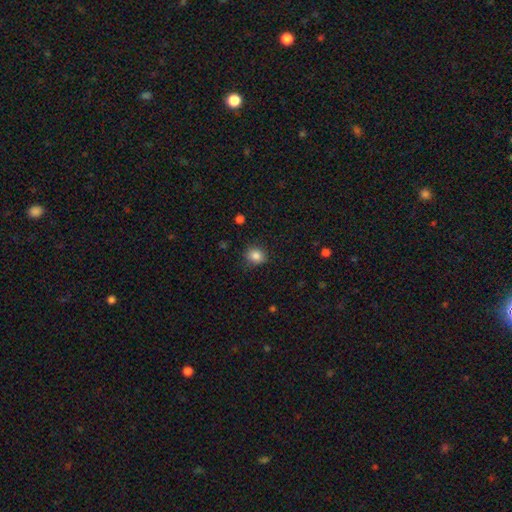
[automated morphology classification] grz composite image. It shows a smooth galaxy with no disk features (85%) that is round (66%). Merging: none (84%).